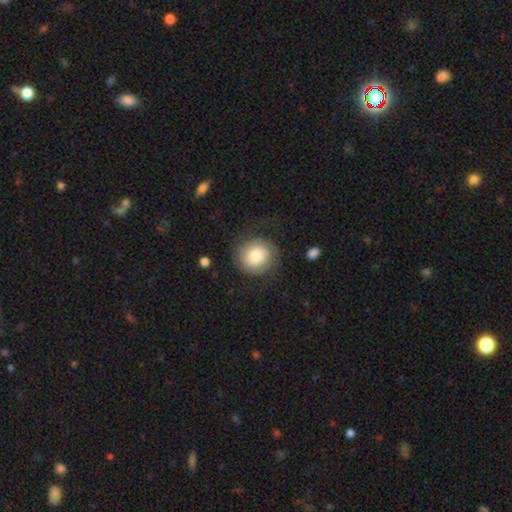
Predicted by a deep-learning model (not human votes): Q: Smooth or featured?
A: smooth (62%); runner-up: featured or disk (30%)
Q: How rounded?
A: round (88%); runner-up: in between (11%)
Q: Merging?
A: none (71%); runner-up: minor disturbance (15%)